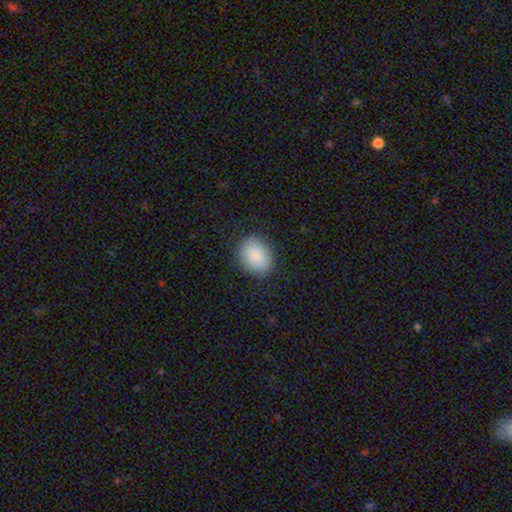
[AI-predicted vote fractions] Smooth or featured?
  - smooth: 88% *
  - star or artifact: 7%
  - featured or disk: 5%
How rounded?
  - in between: 58% *
  - round: 41%
  - cigar-shaped: 1%
Merging?
  - none: 85% *
  - minor disturbance: 10%
  - major disturbance: 3%
  - merger: 1%